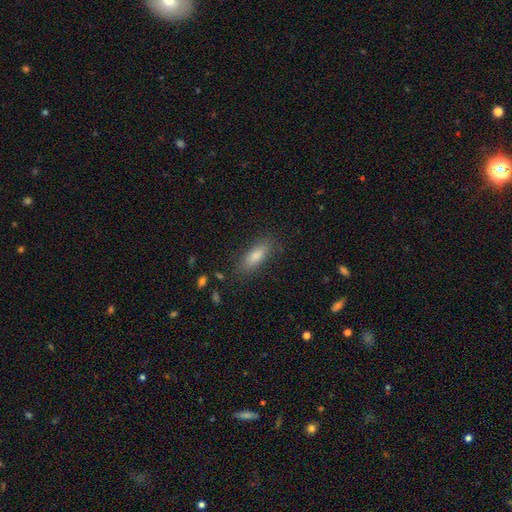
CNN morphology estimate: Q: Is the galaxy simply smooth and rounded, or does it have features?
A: smooth — 79%.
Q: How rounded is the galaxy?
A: in between — 61%.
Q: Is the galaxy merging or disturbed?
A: none — 85%.